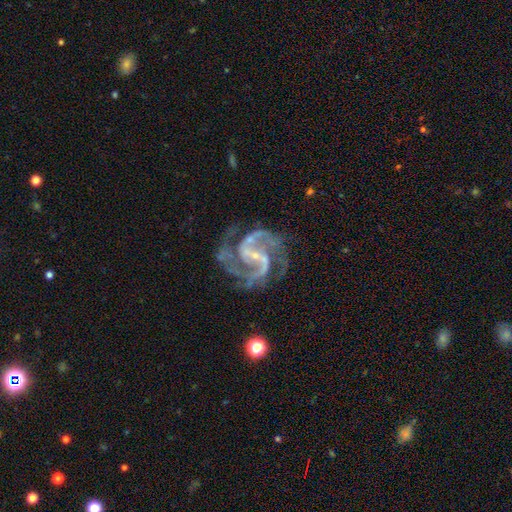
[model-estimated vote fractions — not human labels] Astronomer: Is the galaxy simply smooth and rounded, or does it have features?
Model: featured or disk — 93%.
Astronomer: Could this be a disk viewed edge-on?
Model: no — 98%.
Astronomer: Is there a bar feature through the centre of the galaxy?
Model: weak — 41% (runner-up: strong, 36%).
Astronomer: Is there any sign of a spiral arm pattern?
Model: yes — 98%.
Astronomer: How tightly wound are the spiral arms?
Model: medium — 64%.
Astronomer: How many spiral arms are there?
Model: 2 — 69%.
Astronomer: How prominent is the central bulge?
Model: small — 79%.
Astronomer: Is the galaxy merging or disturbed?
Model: none — 63%.